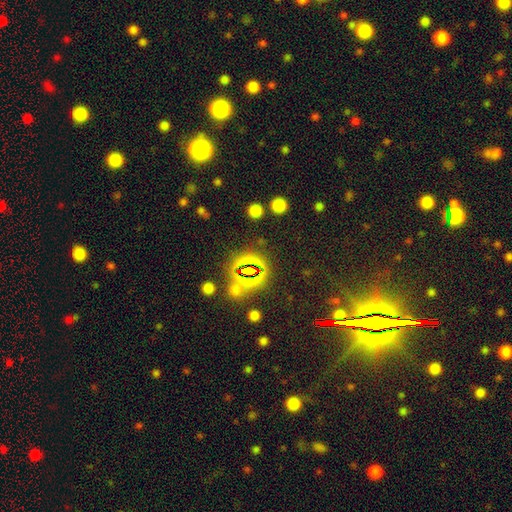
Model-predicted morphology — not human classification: Overall: star or artifact (72%).